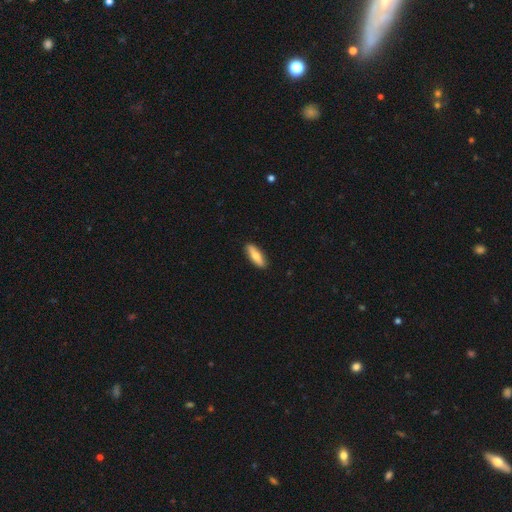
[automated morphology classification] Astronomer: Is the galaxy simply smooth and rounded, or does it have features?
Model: smooth — 68%.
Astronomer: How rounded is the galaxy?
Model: in between — 50% (runner-up: cigar-shaped, 47%).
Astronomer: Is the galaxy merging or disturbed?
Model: none — 89%.